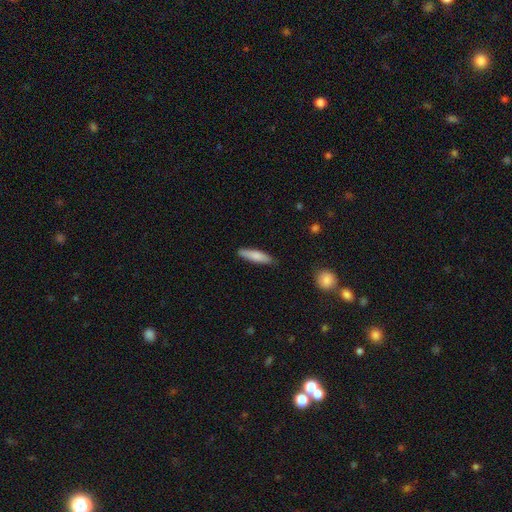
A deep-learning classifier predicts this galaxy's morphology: A smooth galaxy with no disk features (80%) that is cigar-shaped (75%). Merging: none (84%).